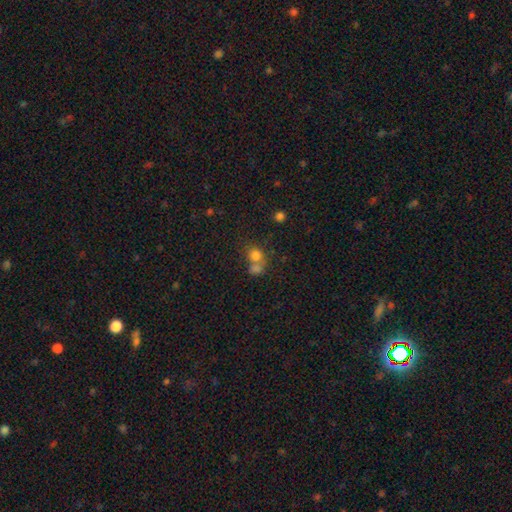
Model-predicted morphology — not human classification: Smooth or featured?
  - smooth: 76% *
  - star or artifact: 14%
  - featured or disk: 10%
How rounded?
  - round: 73% *
  - in between: 25%
  - cigar-shaped: 1%
Merging?
  - merger: 48% *
  - none: 39%
  - minor disturbance: 9%
  - major disturbance: 5%